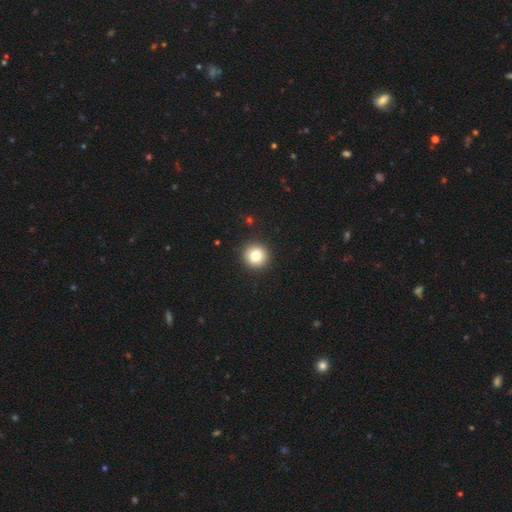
This is likely a smooth galaxy (78%). How rounded: clearly round (94%). Merging: clearly none (97%).